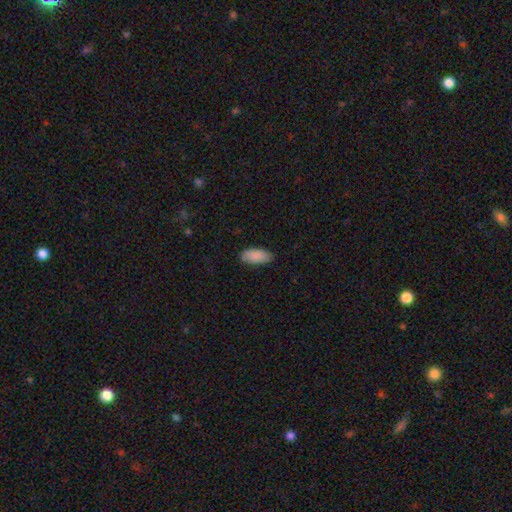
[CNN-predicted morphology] The model was most divided on "merging": none: 78%, minor disturbance: 18%, major disturbance: 3%, merger: 1%. More confident: how rounded — in between (91%); smooth or featured — smooth (87%).